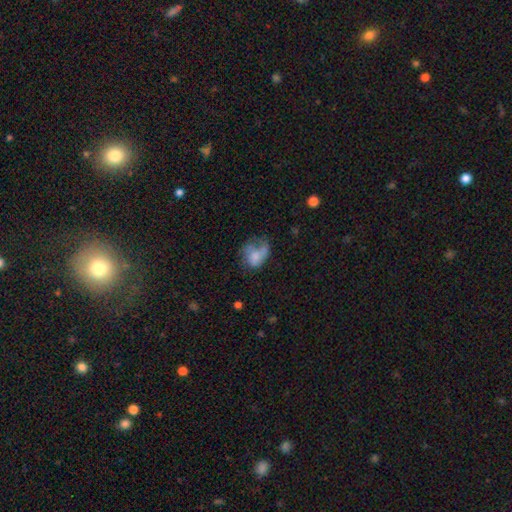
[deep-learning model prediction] smooth 60%, featured or disk 30%, star or artifact 10%. Down the decision tree: how rounded — in between (68%); merging — major disturbance (39%).